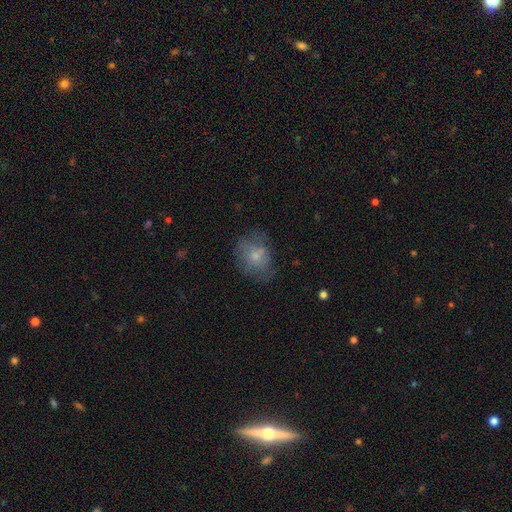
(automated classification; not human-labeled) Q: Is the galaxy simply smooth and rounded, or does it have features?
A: smooth — 66%.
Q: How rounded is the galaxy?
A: in between — 58%.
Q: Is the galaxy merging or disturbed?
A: none — 56%.